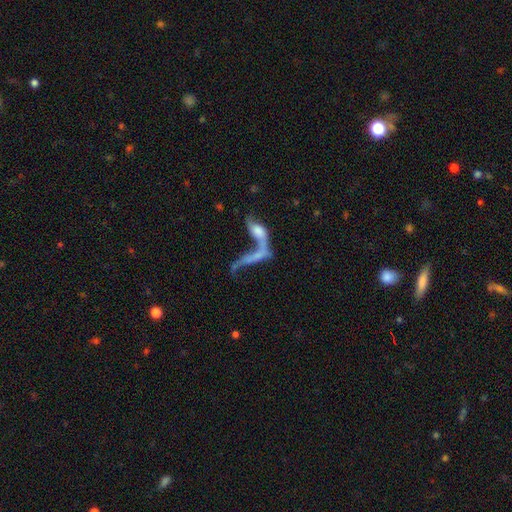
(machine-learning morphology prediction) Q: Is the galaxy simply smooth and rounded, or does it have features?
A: featured or disk — 52%.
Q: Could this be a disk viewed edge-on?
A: no — 79%.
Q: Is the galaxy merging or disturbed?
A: merger — 65%.